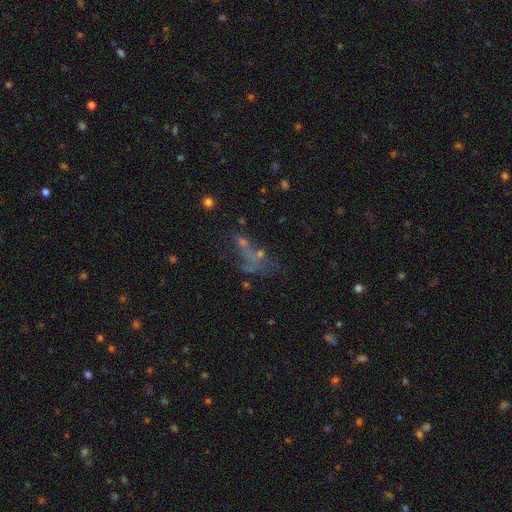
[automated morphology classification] Smooth or featured?
  - featured or disk: 35% * (tied)
  - star or artifact: 35% * (tied)
  - smooth: 29%
Merging?
  - none: 36% *
  - major disturbance: 28%
  - merger: 22%
  - minor disturbance: 14%